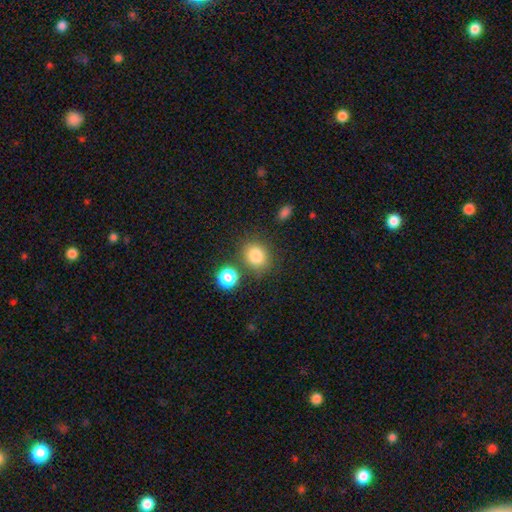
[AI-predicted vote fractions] The model was most divided on "how rounded": round: 68%, in between: 31%, cigar-shaped: 1%. More confident: smooth or featured — smooth (83%); merging — none (74%).